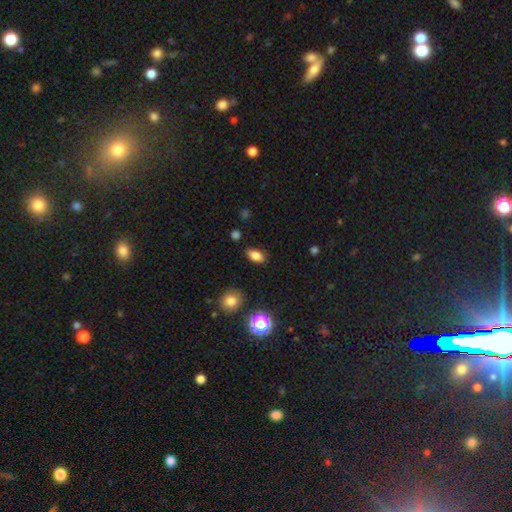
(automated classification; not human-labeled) The model was most divided on "smooth or featured": smooth: 83%, star or artifact: 11%, featured or disk: 6%. More confident: how rounded — in between (88%); merging — none (85%).